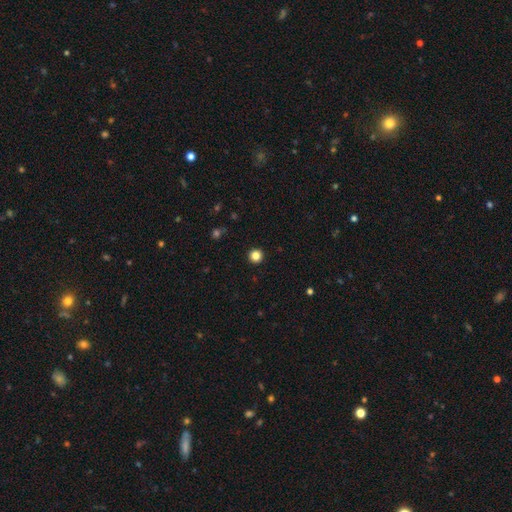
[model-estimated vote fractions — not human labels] smooth_or_featured: smooth (p=0.84) [alt: star or artifact p=0.12]
how_rounded: round (p=0.96) [alt: in between p=0.03]
merging: none (p=0.94) [alt: minor disturbance p=0.04]